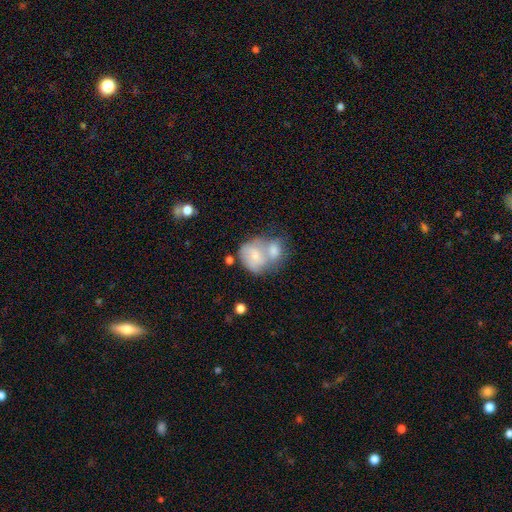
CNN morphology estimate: Smooth or featured? smooth (61%)
How rounded? round (57%)
Merging? merger (68%)